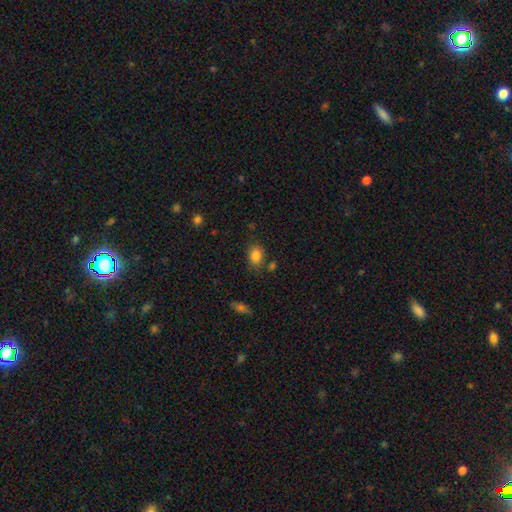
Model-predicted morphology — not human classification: Smooth or featured: smooth — 84% (star or artifact — 10%)
How rounded: in between — 62% (round — 36%)
Merging: none — 75% (minor disturbance — 15%)